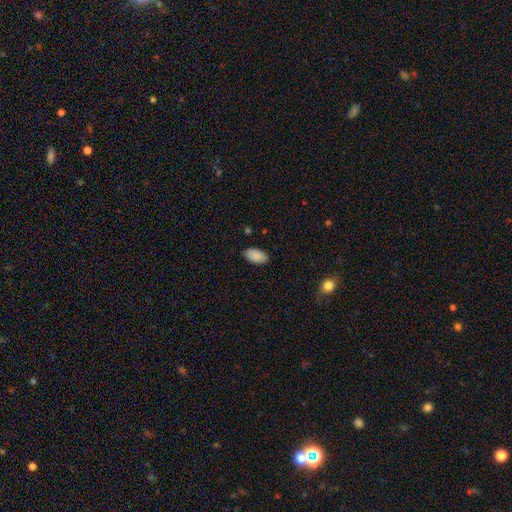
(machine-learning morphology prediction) Overall: smooth (90%). How rounded: in between (95%). Merging: none (85%).